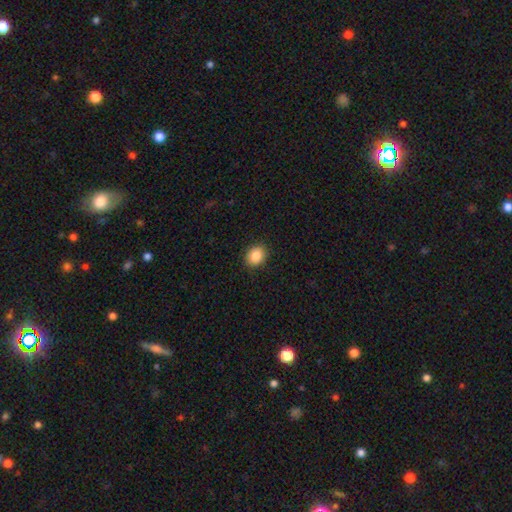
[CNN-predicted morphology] Smooth or featured: smooth — 86% (star or artifact — 9%)
How rounded: in between — 50% (round — 49%)
Merging: none — 90% (minor disturbance — 7%)